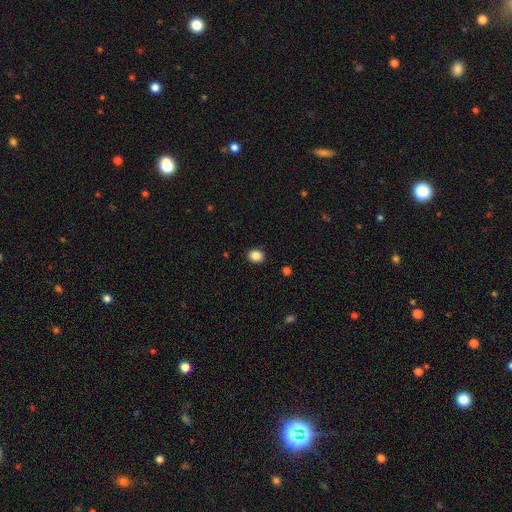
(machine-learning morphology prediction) smooth_or_featured: smooth (p=0.87) [alt: star or artifact p=0.10]
how_rounded: round (p=0.56) [alt: in between p=0.43]
merging: none (p=0.90) [alt: minor disturbance p=0.07]